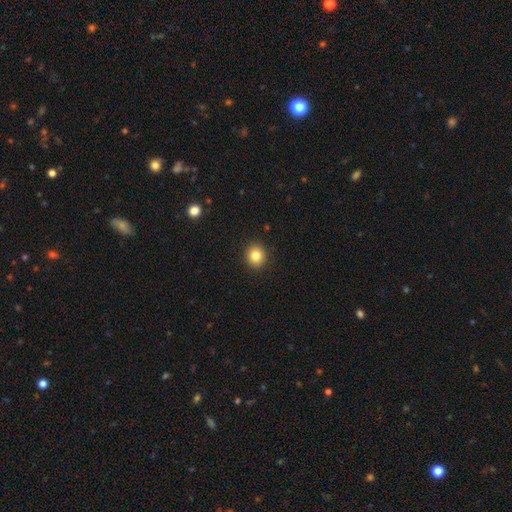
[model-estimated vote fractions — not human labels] The model was most divided on "how rounded": round: 80%, in between: 19%, cigar-shaped: 1%. More confident: merging — none (91%); smooth or featured — smooth (83%).